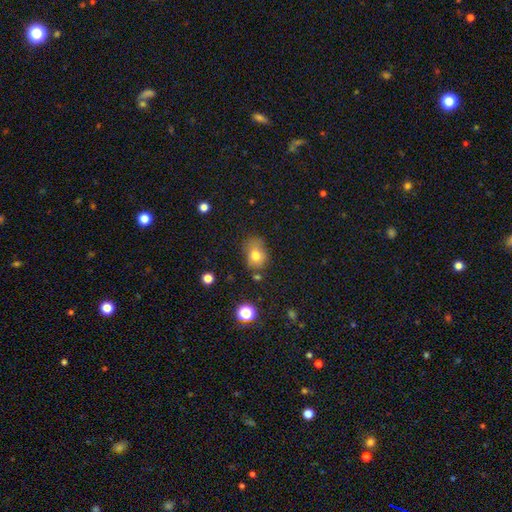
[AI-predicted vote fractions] Smooth or featured? Predicted: smooth (p=0.77). How rounded? Predicted: in between (p=0.57). Merging? Predicted: none (p=0.60).